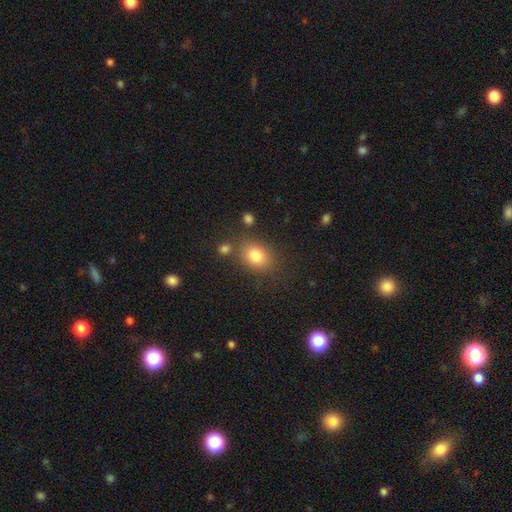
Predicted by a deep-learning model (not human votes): smooth-or-featured: smooth: 81% | star or artifact: 11% | featured or disk: 8%
  how-rounded: in between: 60% | round: 39% | cigar-shaped: 1%
  merging: none: 74% | minor disturbance: 13% | merger: 8% | major disturbance: 4%